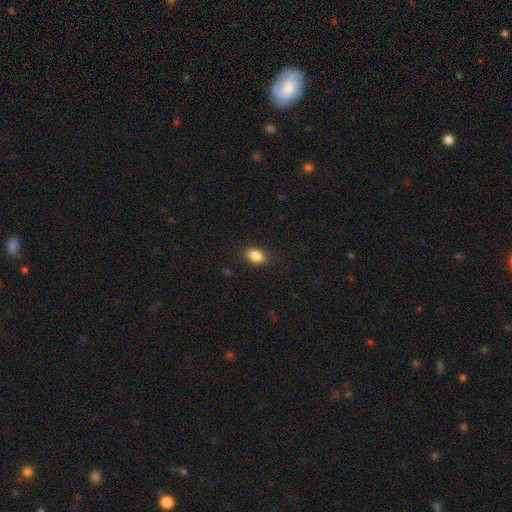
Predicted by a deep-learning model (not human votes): smooth_or_featured: smooth (p=0.88) [alt: star or artifact p=0.09]
how_rounded: in between (p=0.79) [alt: round p=0.19]
merging: none (p=0.88) [alt: minor disturbance p=0.09]